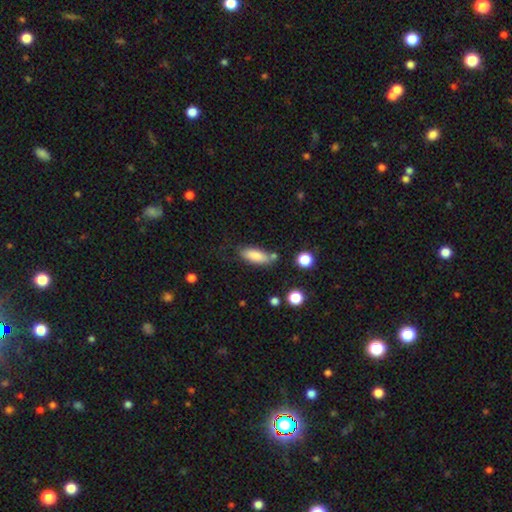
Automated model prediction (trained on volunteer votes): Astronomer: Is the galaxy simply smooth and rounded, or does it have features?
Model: smooth — 82%.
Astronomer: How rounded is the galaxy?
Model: in between — 71%.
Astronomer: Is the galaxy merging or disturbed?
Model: none — 66%.